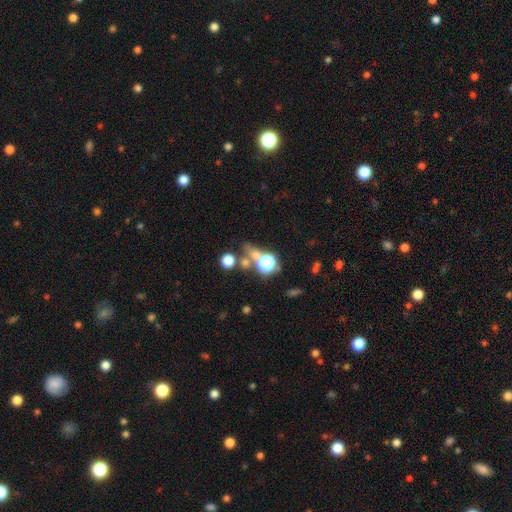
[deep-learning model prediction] Overall: smooth (52%; star or artifact 36%). How rounded: round (74%). Merging: none (49%; merger 31%).